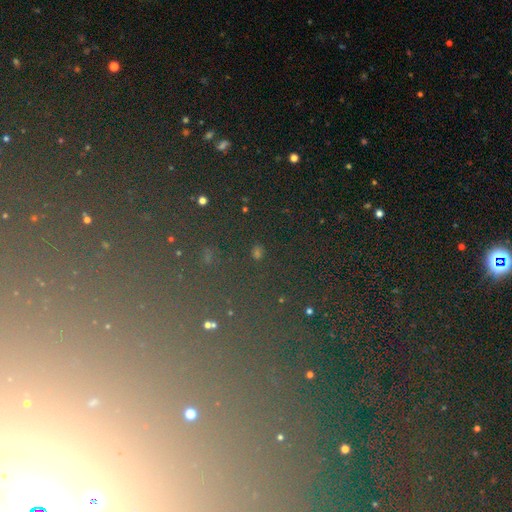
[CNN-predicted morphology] Overall: star or artifact (71%).